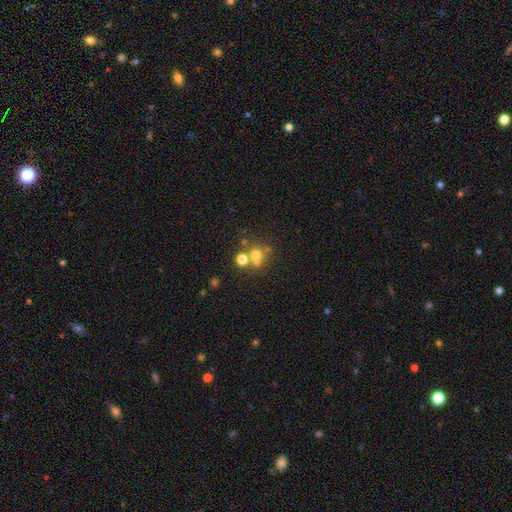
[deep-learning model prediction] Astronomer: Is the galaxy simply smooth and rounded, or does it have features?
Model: smooth — 64%.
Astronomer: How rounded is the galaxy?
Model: round — 83%.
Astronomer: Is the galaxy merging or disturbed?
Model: none — 49% (runner-up: merger, 39%).